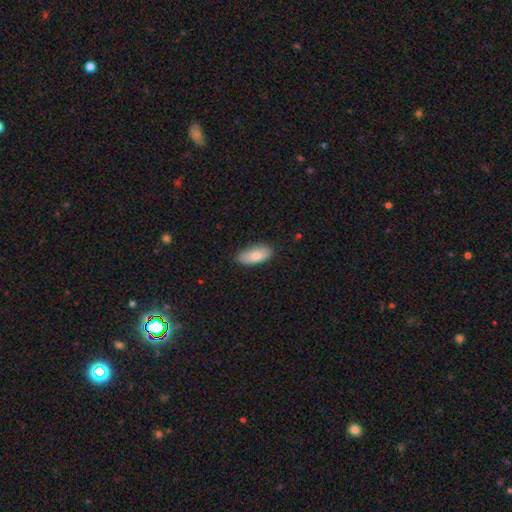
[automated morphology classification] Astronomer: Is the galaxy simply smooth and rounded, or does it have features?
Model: smooth — 79%.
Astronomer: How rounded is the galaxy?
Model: in between — 90%.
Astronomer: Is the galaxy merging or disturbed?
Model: none — 82%.